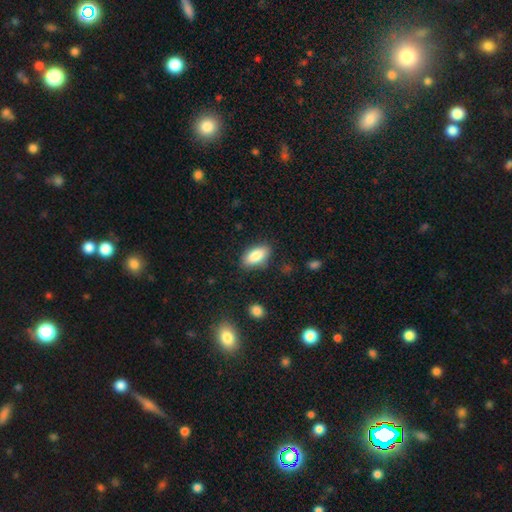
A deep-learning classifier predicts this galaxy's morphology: Smooth or featured: smooth — 85% (featured or disk — 8%)
How rounded: in between — 90% (cigar-shaped — 7%)
Merging: none — 83% (minor disturbance — 13%)